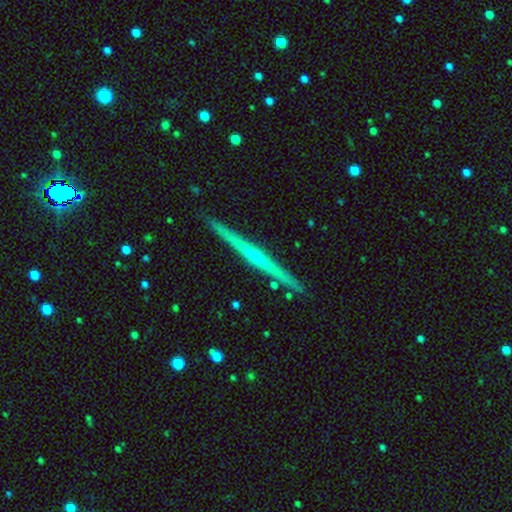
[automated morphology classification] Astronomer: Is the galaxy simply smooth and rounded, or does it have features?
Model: featured or disk — 81%.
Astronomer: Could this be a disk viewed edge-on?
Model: yes — 98%.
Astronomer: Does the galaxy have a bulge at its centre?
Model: rounded — 65%.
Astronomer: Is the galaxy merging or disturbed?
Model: none — 91%.